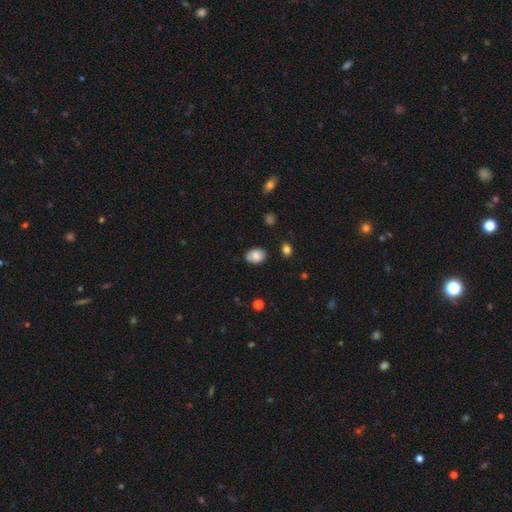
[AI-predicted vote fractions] Smooth or featured?
  - smooth: 84% *
  - star or artifact: 8%
  - featured or disk: 8%
How rounded?
  - in between: 76% *
  - round: 23%
  - cigar-shaped: 1%
Merging?
  - none: 79% *
  - minor disturbance: 16%
  - major disturbance: 3%
  - merger: 2%